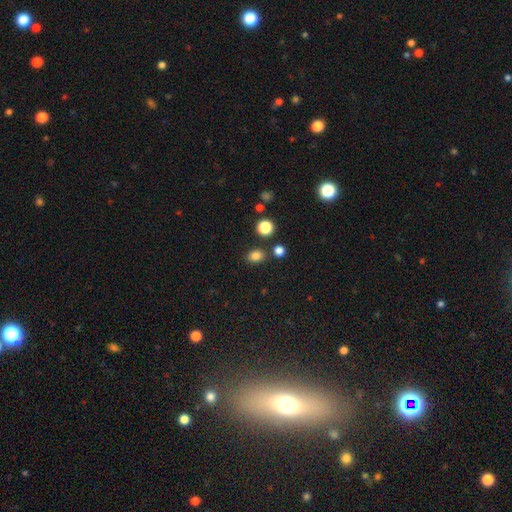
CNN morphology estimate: Q: Smooth or featured?
A: smooth (82%); runner-up: star or artifact (14%)
Q: How rounded?
A: in between (56%); runner-up: round (43%)
Q: Merging?
A: none (80%); runner-up: minor disturbance (10%)